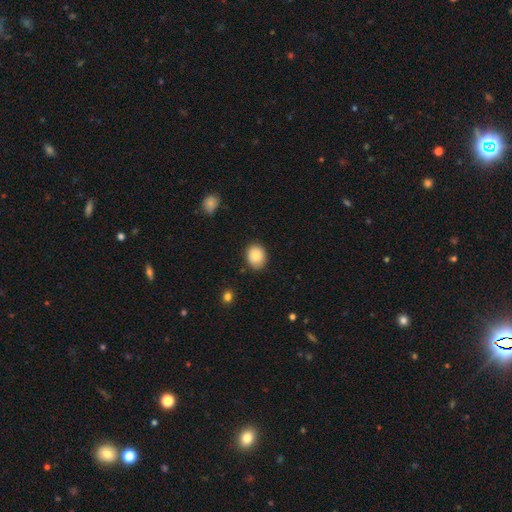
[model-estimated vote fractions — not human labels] Smooth or featured: smooth — 83% (featured or disk — 8%)
How rounded: round — 56% (in between — 43%)
Merging: none — 84% (minor disturbance — 12%)